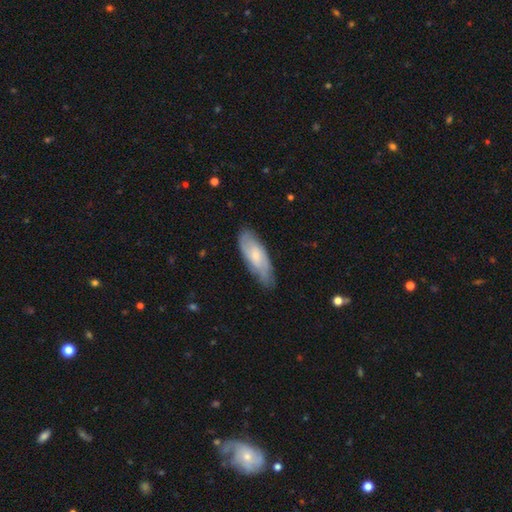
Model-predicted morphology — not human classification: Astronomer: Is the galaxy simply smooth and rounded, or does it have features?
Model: featured or disk — 54% (runner-up: smooth, 40%).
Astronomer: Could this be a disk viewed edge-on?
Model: no — 84%.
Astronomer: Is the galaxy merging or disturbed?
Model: none — 72%.